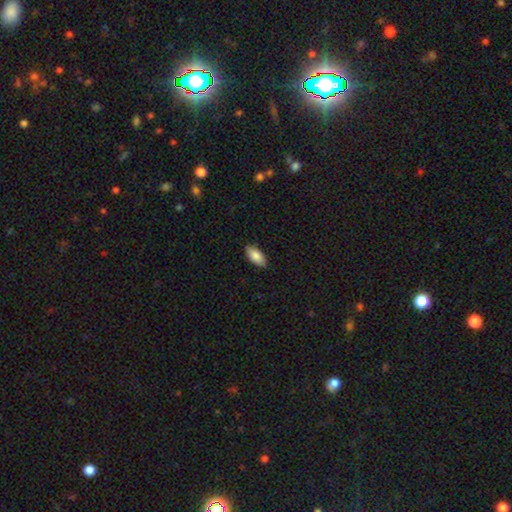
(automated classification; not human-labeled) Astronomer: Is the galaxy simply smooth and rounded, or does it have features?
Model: smooth — 86%.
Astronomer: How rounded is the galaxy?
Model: in between — 91%.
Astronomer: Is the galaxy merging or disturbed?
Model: none — 88%.